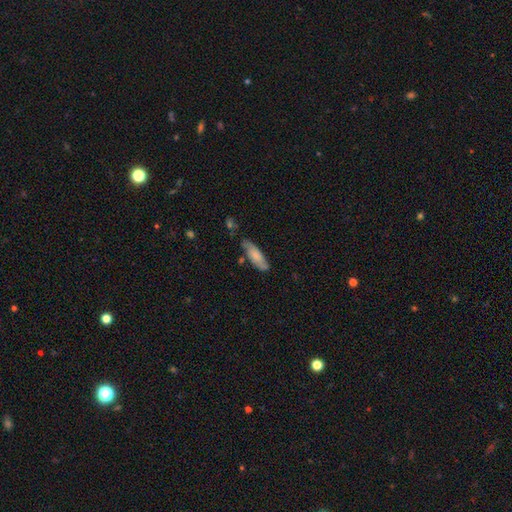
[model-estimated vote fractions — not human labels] Smooth or featured? smooth (71%)
How rounded? in between (55%)
Merging? none (66%)